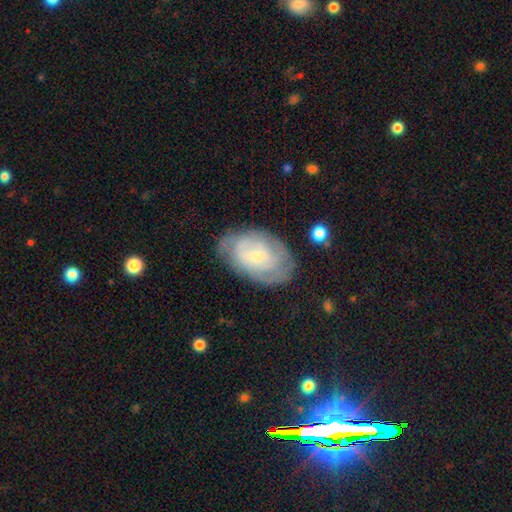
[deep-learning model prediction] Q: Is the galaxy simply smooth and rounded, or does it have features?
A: featured or disk — 61%.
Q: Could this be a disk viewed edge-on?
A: no — 96%.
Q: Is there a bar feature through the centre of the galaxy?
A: no — 57%.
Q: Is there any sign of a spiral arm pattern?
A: yes — 75%.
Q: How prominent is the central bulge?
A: small — 56%.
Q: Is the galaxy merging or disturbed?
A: none — 69%.